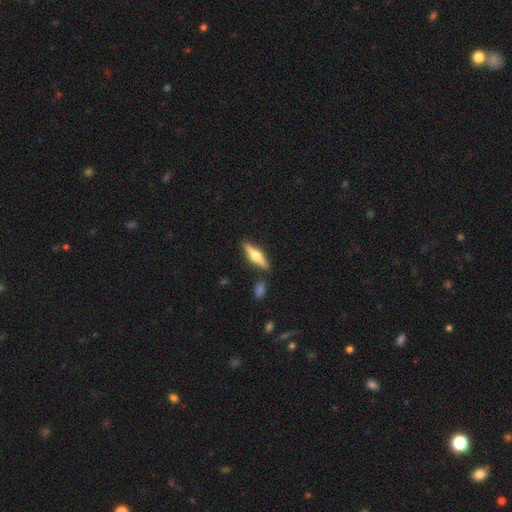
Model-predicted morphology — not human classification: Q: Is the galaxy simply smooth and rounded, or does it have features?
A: featured or disk — 61%.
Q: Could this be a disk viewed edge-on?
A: yes — 95%.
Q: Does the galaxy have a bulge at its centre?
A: rounded — 93%.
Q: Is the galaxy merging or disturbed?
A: none — 84%.